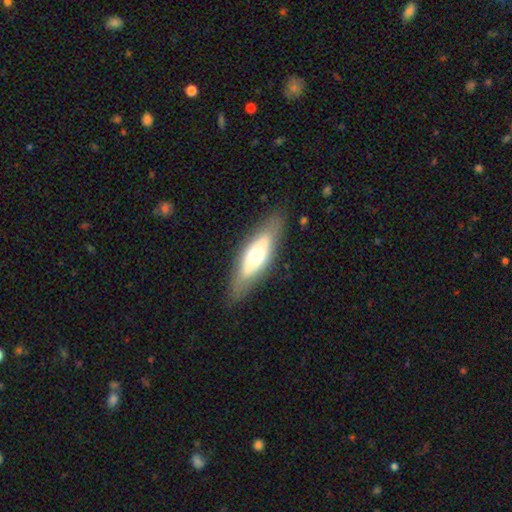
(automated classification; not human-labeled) smooth_or_featured: featured or disk (p=0.47) [tied with: smooth p=0.47]
merging: none (p=0.80) [alt: minor disturbance p=0.14]